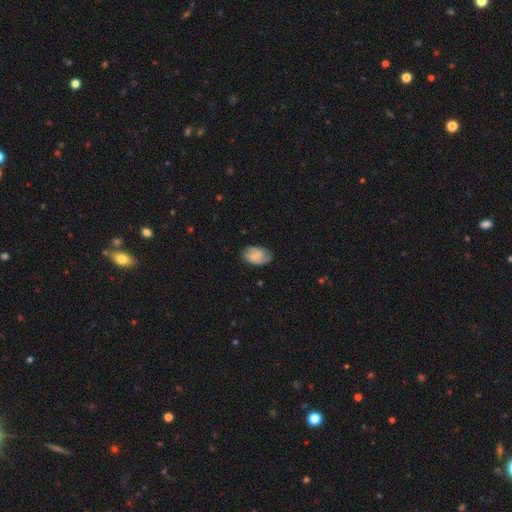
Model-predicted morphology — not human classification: featured or disk 48%, smooth 44%, star or artifact 8%. Down the decision tree: merging — none (72%).